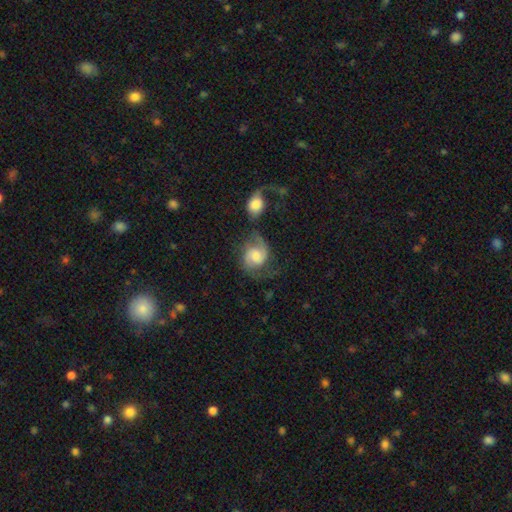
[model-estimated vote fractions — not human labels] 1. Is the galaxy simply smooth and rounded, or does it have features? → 75% featured or disk, 18% smooth, 7% star or artifact.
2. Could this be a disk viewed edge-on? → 98% no, 2% yes.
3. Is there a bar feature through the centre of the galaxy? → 57% no, 36% weak, 6% strong.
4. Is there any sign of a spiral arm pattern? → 94% yes, 6% no.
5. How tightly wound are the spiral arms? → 47% medium, 33% loose, 19% tight.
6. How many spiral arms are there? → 88% 2, 5% can't tell, 4% 1, 1% 3, 1% 4, 1% more than 4.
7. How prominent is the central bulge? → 40% moderate, 23% small, 23% large, 10% none, 4% dominant.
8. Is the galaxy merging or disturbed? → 42% none, 25% merger, 17% minor disturbance, 16% major disturbance.